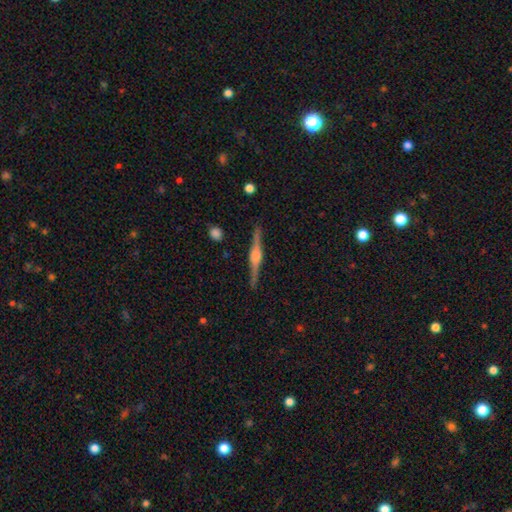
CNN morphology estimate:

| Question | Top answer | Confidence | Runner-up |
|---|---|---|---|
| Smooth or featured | featured or disk | 85% | smooth (10%) |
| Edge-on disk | yes | 98% | no (2%) |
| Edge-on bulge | rounded | 81% | boxy (15%) |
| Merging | none | 91% | minor disturbance (7%) |